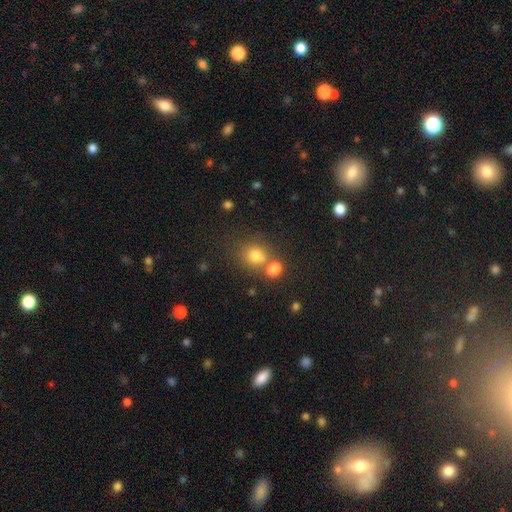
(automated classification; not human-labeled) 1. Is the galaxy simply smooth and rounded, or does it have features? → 75% smooth, 16% star or artifact, 9% featured or disk.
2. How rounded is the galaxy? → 79% round, 20% in between, 1% cigar-shaped.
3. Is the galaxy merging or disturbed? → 59% none, 27% merger, 10% minor disturbance, 4% major disturbance.